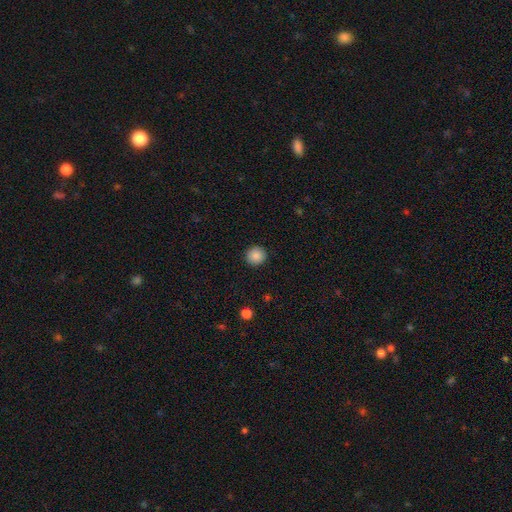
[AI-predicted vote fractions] Smooth or featured? smooth (86%)
How rounded? round (93%)
Merging? none (92%)